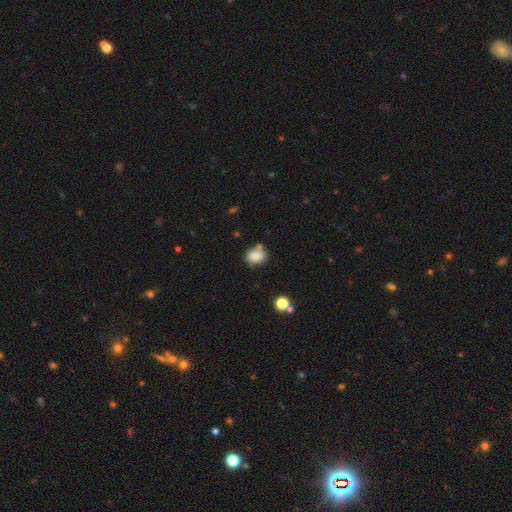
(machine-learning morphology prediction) A smooth galaxy with no disk features (81%) that is in between round and cigar-shaped (52%). Merging: none (58%).